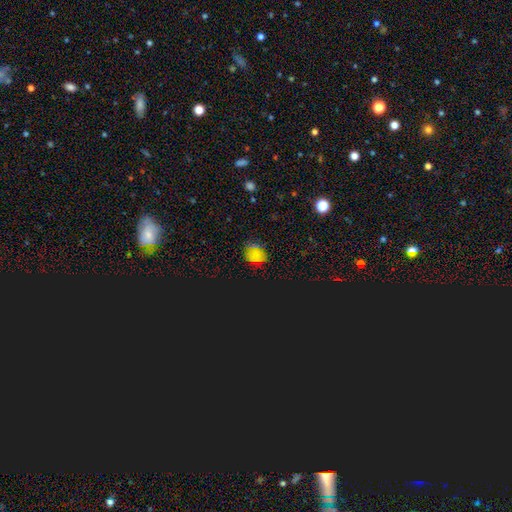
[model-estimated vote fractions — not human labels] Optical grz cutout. It shows a smooth galaxy with no disk features (49%). Merging: none (75%).